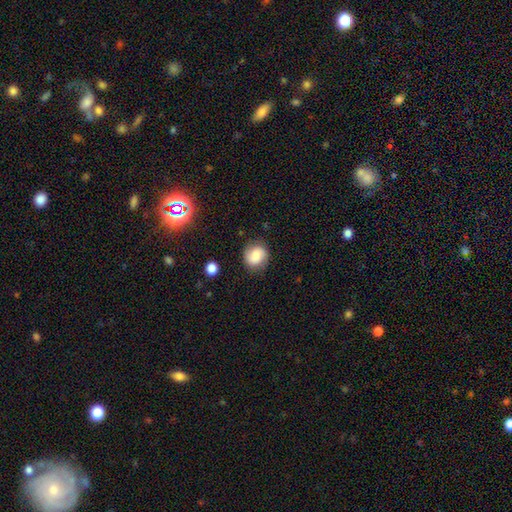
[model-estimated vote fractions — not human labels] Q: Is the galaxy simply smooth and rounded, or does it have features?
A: smooth — 67%.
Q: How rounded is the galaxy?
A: round — 79%.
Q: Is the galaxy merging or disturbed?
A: none — 79%.